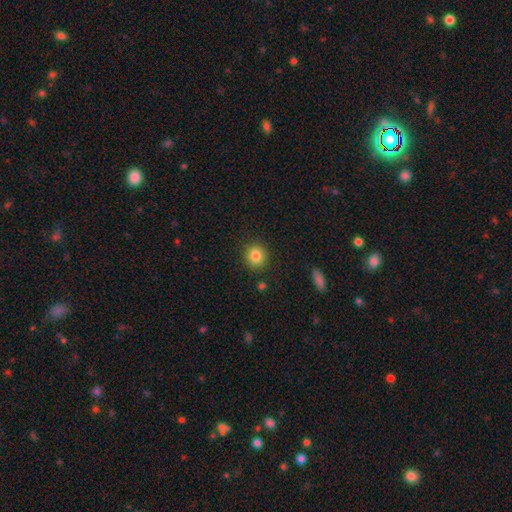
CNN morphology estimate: The model was most divided on "smooth or featured": smooth: 84%, star or artifact: 10%, featured or disk: 6%. More confident: how rounded — round (90%); merging — none (89%).